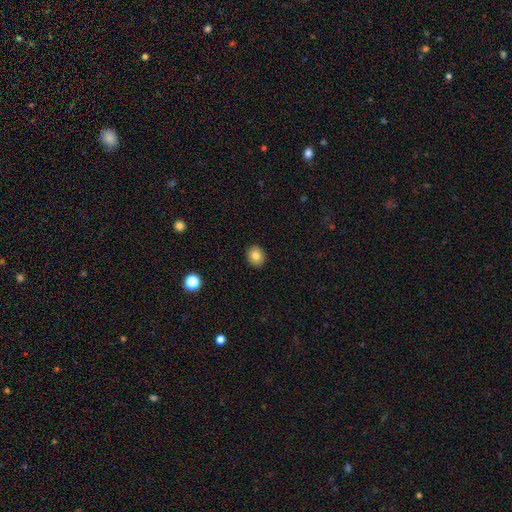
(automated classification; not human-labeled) Smooth or featured? Predicted: smooth (p=0.82). How rounded? Predicted: round (p=0.71). Merging? Predicted: none (p=0.91).